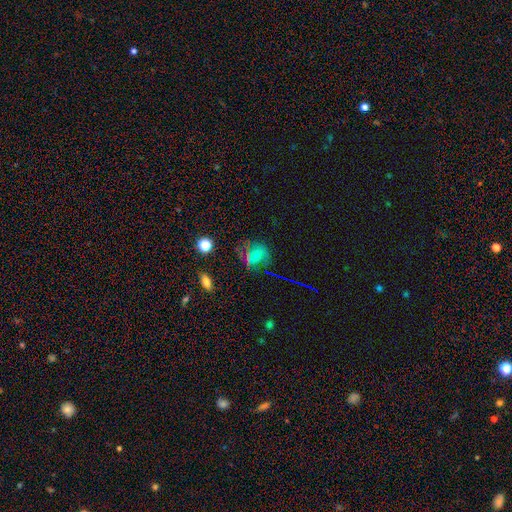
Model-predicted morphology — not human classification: Q: Smooth or featured?
A: smooth (48%); runner-up: star or artifact (34%)
Q: Merging?
A: none (65%); runner-up: minor disturbance (18%)